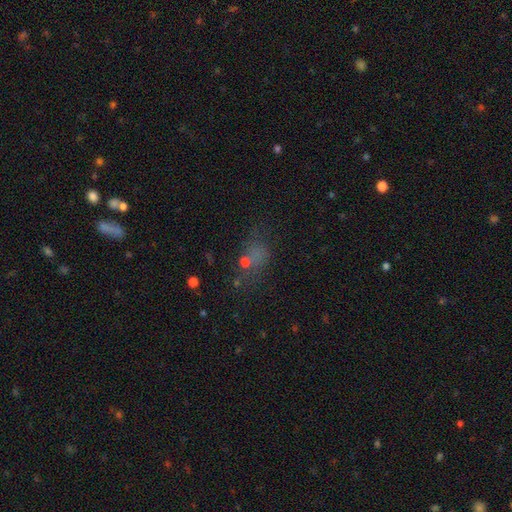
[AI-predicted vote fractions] A smooth galaxy with no disk features (50%) that is in between round and cigar-shaped (64%). Merging: none (50%).